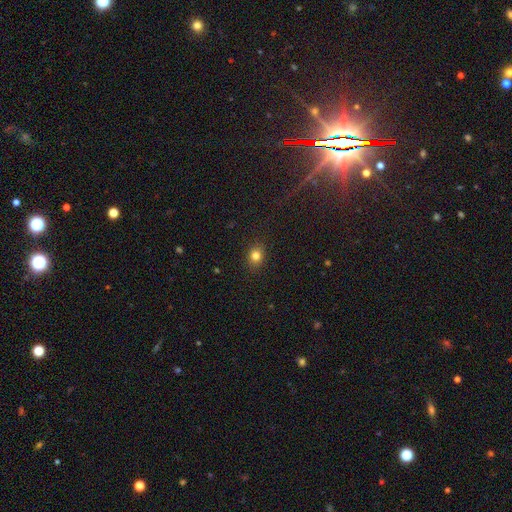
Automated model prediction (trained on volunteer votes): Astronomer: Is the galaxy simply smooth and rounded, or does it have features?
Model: smooth — 81%.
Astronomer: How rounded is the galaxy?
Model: round — 59% (runner-up: in between, 40%).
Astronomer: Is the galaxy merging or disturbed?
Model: none — 89%.